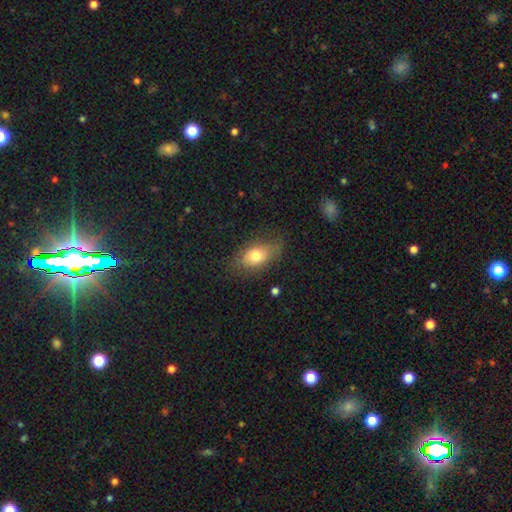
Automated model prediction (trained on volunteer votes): Q: Smooth or featured?
A: smooth (72%); runner-up: featured or disk (19%)
Q: How rounded?
A: in between (84%); runner-up: round (13%)
Q: Merging?
A: none (66%); runner-up: minor disturbance (23%)